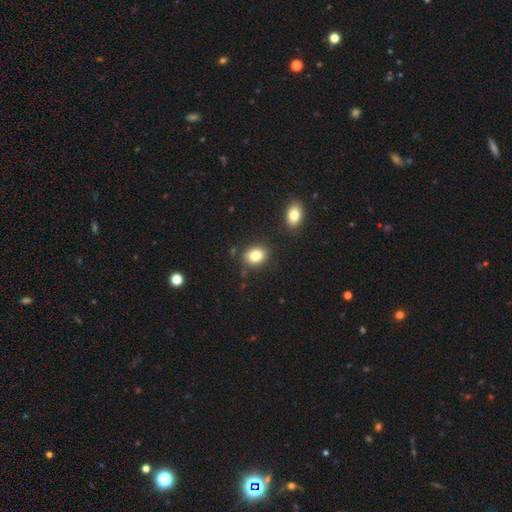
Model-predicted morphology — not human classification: Smooth or featured? smooth (82%)
How rounded? in between (58%)
Merging? none (84%)